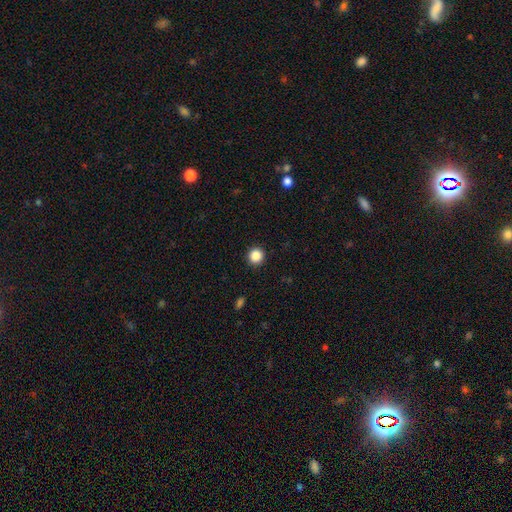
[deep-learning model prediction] smooth-or-featured: smooth: 87% | star or artifact: 10% | featured or disk: 3%
  how-rounded: round: 95% | in between: 4% | cigar-shaped: 1%
  merging: none: 93% | minor disturbance: 5% | major disturbance: 2% | merger: 1%